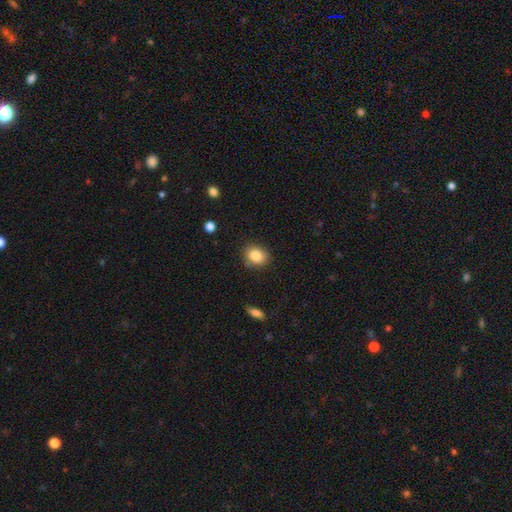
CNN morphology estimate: This appears to be a smooth galaxy with no disk features (86%) that is round (53%). Merging: none (82%).